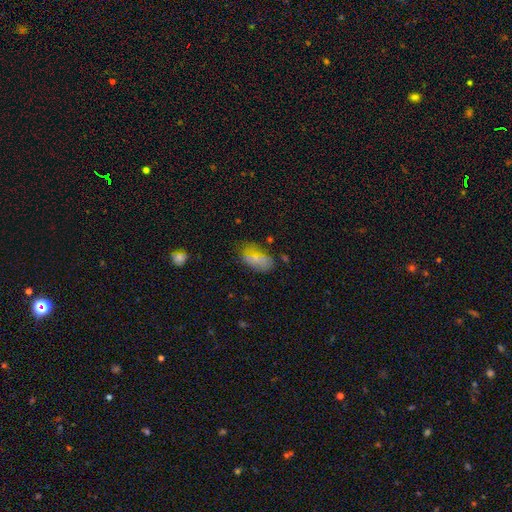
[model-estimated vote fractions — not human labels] Overall: smooth (62%; featured or disk 26%). How rounded: in between (90%). Merging: none (64%).